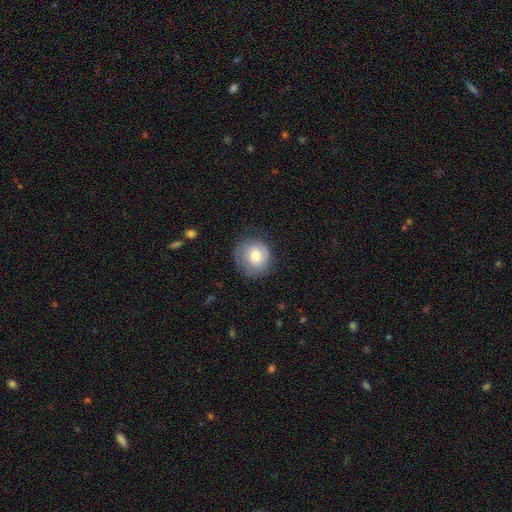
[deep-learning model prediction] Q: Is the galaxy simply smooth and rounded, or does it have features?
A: smooth — 65%.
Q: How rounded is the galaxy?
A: round — 88%.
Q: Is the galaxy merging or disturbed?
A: none — 74%.